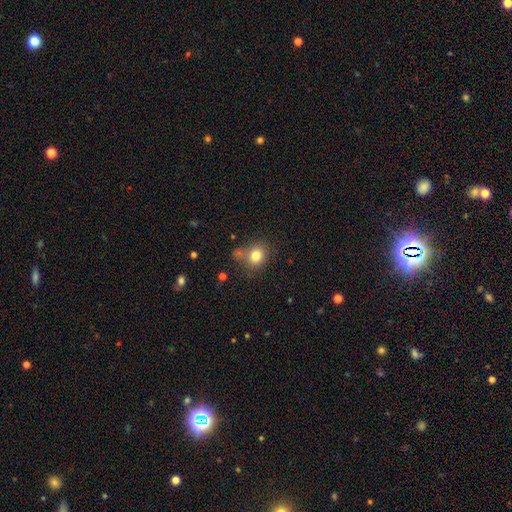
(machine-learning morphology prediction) smooth 80%, star or artifact 12%, featured or disk 9%. Down the decision tree: how rounded — round (71%); merging — none (61%).